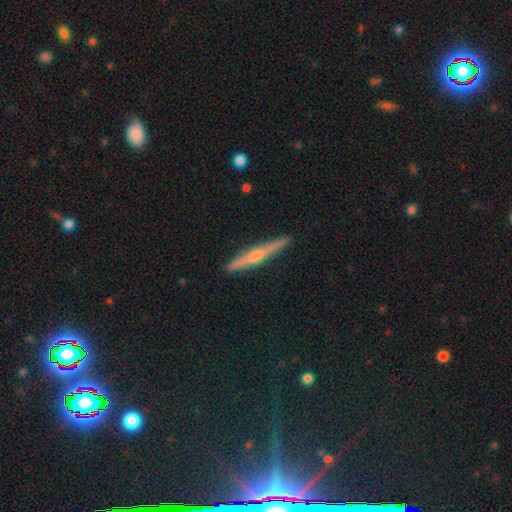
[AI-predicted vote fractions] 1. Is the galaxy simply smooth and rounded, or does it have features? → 68% featured or disk, 26% smooth, 6% star or artifact.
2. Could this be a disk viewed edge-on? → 97% yes, 3% no.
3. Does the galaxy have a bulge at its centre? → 82% rounded, 13% none, 5% boxy.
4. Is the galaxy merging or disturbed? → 91% none, 7% minor disturbance, 1% major disturbance, 1% merger.